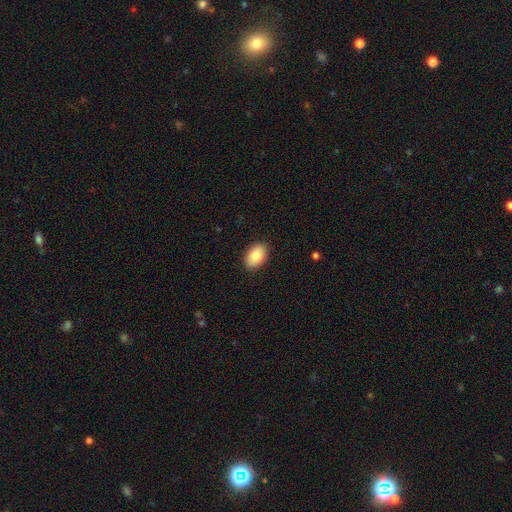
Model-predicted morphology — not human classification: Smooth or featured? smooth (86%)
How rounded? in between (88%)
Merging? none (89%)